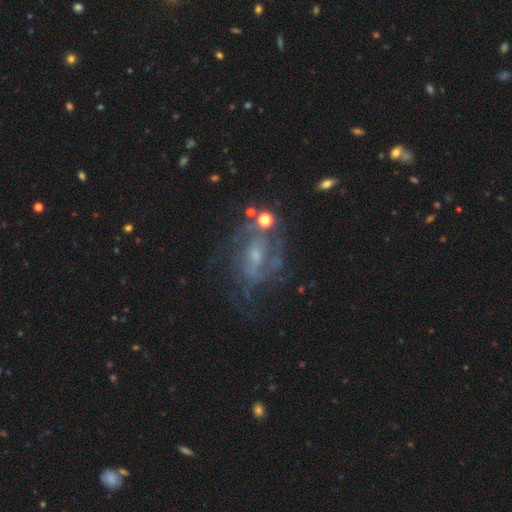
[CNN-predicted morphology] A featured or disk galaxy (76%) with no bar (44%), medium (43%) spiral arms (80%) and a small central bulge (61%).

Vote fractions:
- Smooth or featured? featured or disk: 76% / star or artifact: 13% / smooth: 12%
- Edge-on disk? no: 96% / yes: 4%
- Bar? no: 44% / weak: 42% / strong: 14%
- Spiral arms? yes: 80% / no: 20%
- Spiral winding? medium: 43% / tight: 37% / loose: 21%
- Spiral arm count? can't tell: 40% / 2: 26% / 3: 16% / 4: 8% / 1: 6% / more than 4: 5%
- Bulge size? small: 61% / moderate: 26% / none: 11% / large: 2% / dominant: 1%
- Merging? none: 56% / minor disturbance: 19% / major disturbance: 19% / merger: 6%